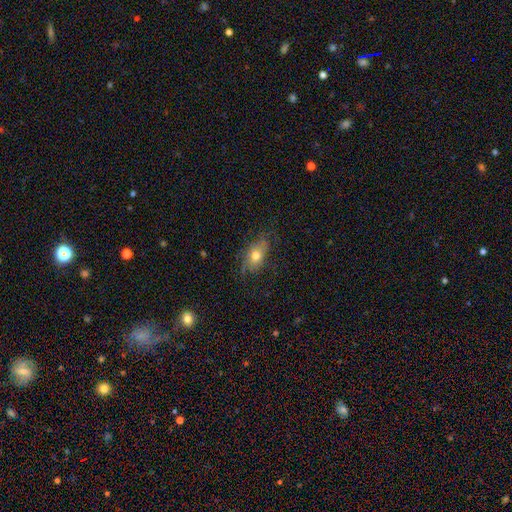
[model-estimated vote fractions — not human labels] The model was most divided on "smooth or featured": smooth: 63%, featured or disk: 26%, star or artifact: 10%. More confident: how rounded — in between (81%); merging — none (63%).